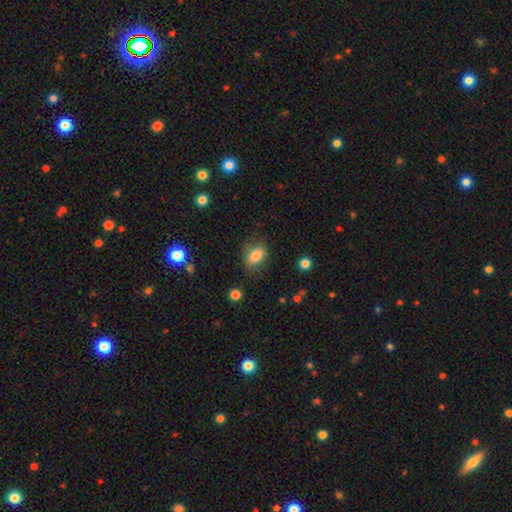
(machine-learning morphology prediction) smooth 80%, featured or disk 11%, star or artifact 9%. Down the decision tree: how rounded — in between (75%); merging — none (70%).